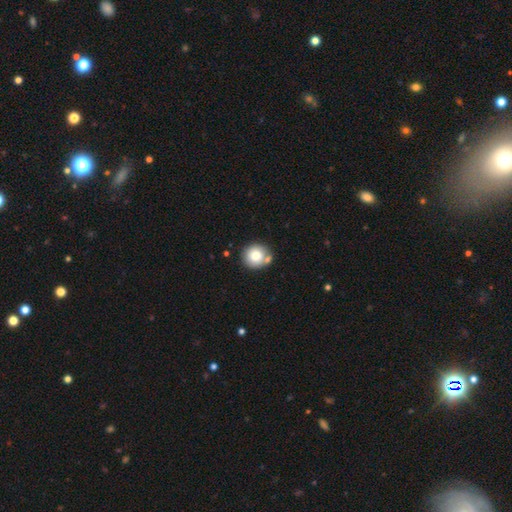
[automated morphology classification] Smooth or featured?
  - smooth: 77% *
  - featured or disk: 14%
  - star or artifact: 9%
How rounded?
  - round: 90% *
  - in between: 9%
  - cigar-shaped: 1%
Merging?
  - none: 66% *
  - merger: 18%
  - minor disturbance: 13%
  - major disturbance: 3%